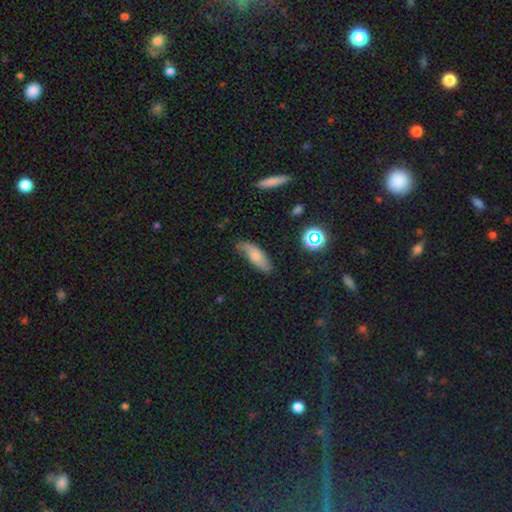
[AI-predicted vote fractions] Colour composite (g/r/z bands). It shows a smooth galaxy with no disk features (71%) that is in between round and cigar-shaped (66%). Merging: none (66%).